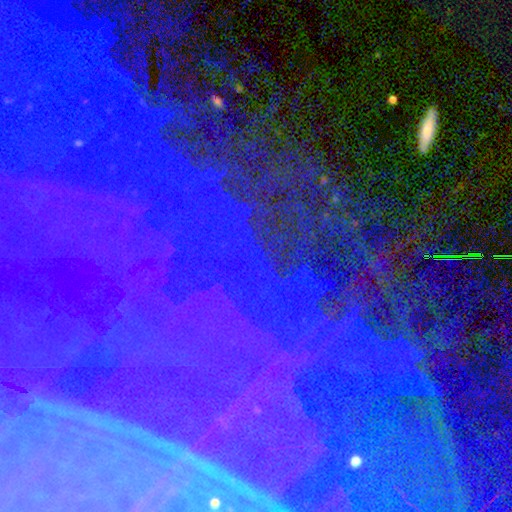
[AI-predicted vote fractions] Smooth or featured? star or artifact (73%)